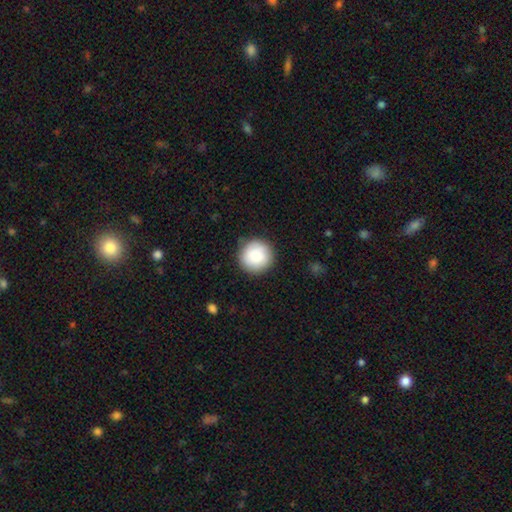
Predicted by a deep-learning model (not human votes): A smooth galaxy with no disk features (86%) that is round (95%).

Vote fractions:
- Smooth or featured? smooth: 86% / star or artifact: 7% / featured or disk: 7%
- How rounded? round: 95% / in between: 4% / cigar-shaped: 1%
- Merging? none: 88% / minor disturbance: 9% / major disturbance: 2% / merger: 1%